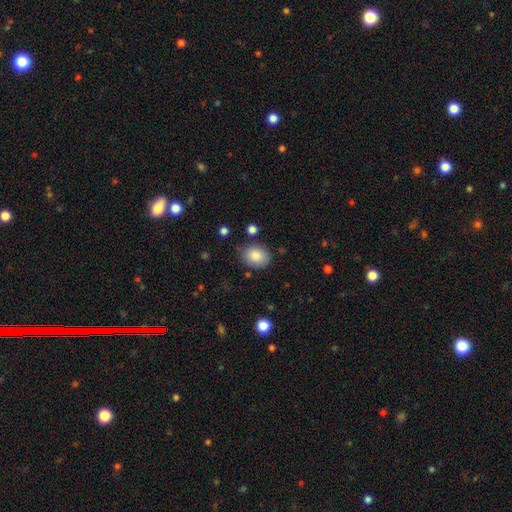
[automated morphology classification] Smooth or featured? smooth (86%)
How rounded? in between (60%)
Merging? none (80%)